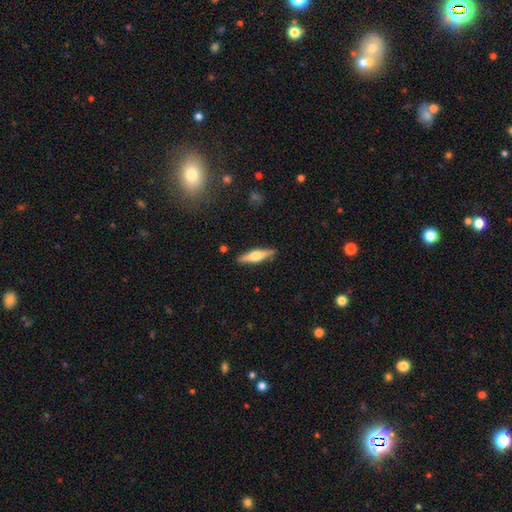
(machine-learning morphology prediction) Q: Smooth or featured?
A: featured or disk (60%); runner-up: smooth (35%)
Q: Edge-on disk?
A: yes (96%); runner-up: no (4%)
Q: Edge-on bulge?
A: rounded (93%); runner-up: boxy (5%)
Q: Merging?
A: none (89%); runner-up: minor disturbance (8%)